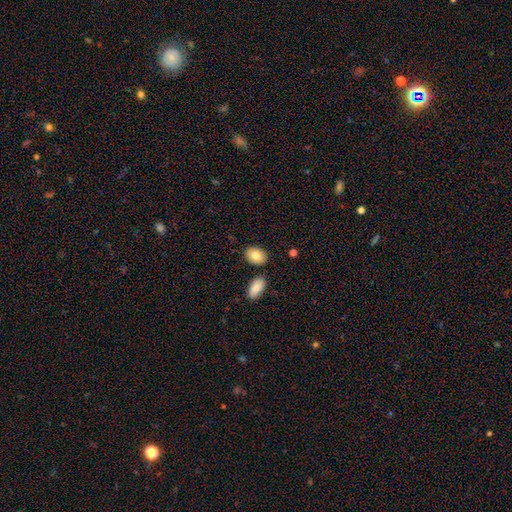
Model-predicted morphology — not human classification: A smooth galaxy with no disk features (84%) that is in between round and cigar-shaped (83%). Merging: none (81%).